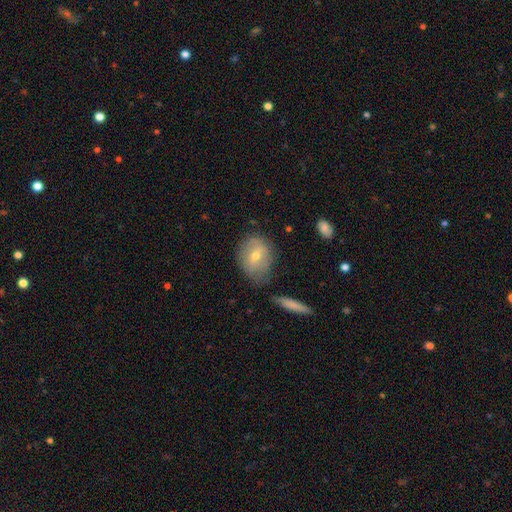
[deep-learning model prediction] smooth 56%, featured or disk 36%, star or artifact 9%. Down the decision tree: how rounded — in between (57%); merging — none (65%).